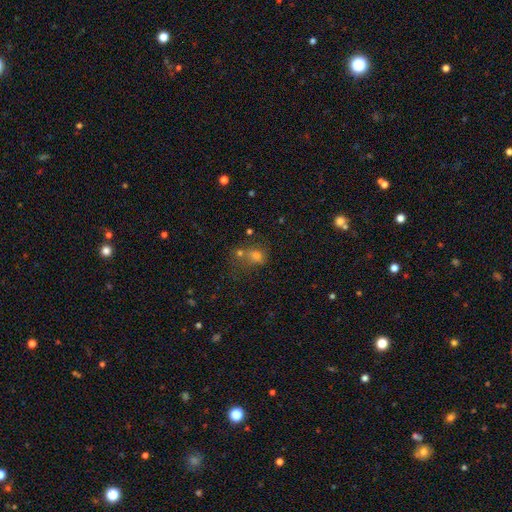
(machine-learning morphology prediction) Overall: smooth (62%; star or artifact 25%). How rounded: round (51%; in between 48%). Merging: none (40%; merger 34%).